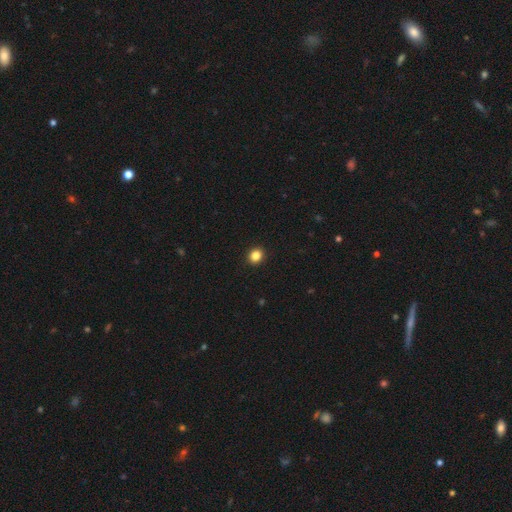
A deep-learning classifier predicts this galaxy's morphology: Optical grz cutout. It shows a smooth galaxy with no disk features (85%) that is round (74%). Merging: none (93%).